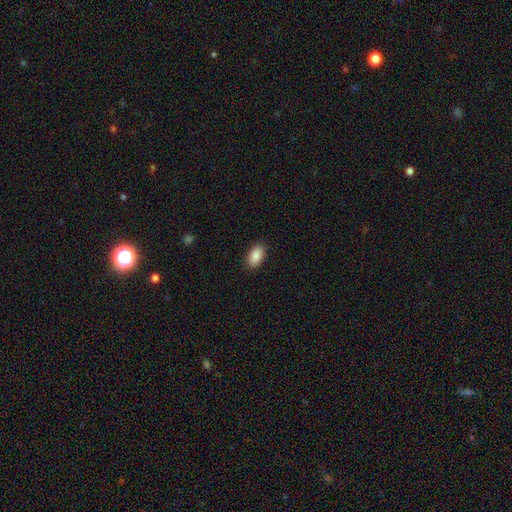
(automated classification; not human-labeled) The model was most divided on "merging": none: 89%, minor disturbance: 8%, major disturbance: 2%, merger: 1%. More confident: how rounded — in between (93%); smooth or featured — smooth (89%).